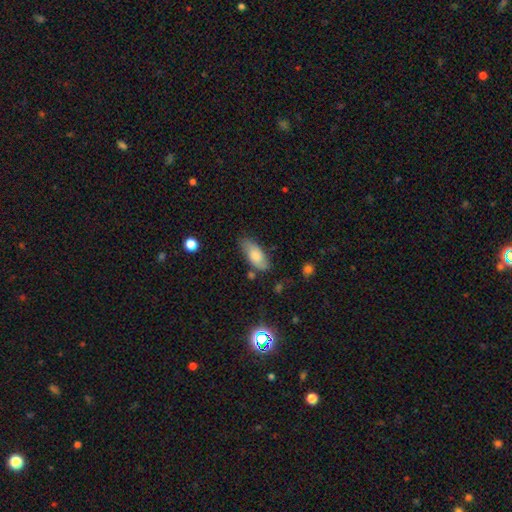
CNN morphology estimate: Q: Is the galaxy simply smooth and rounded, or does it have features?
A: smooth — 74%.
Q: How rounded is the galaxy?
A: in between — 84%.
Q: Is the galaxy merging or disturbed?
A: none — 70%.